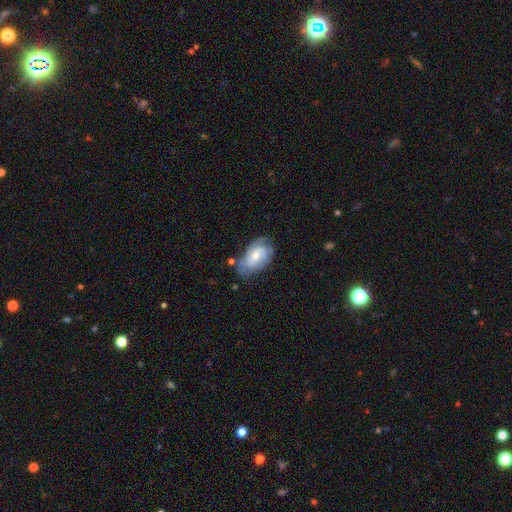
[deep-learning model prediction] smooth_or_featured: featured or disk (p=0.49) [alt: smooth p=0.45]
merging: none (p=0.59) [alt: minor disturbance p=0.28]